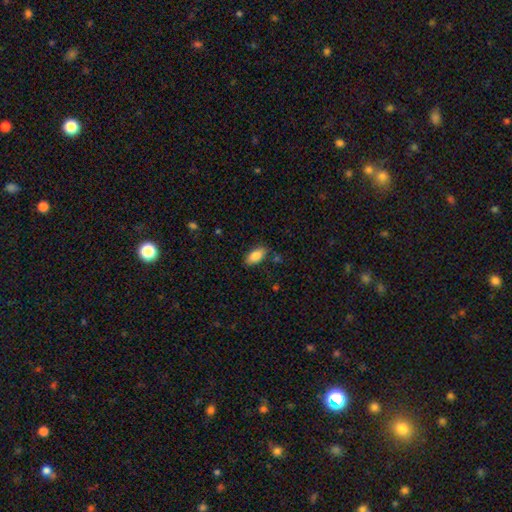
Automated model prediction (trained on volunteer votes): A smooth galaxy with no disk features (84%) that is in between round and cigar-shaped (91%). Merging: none (81%).